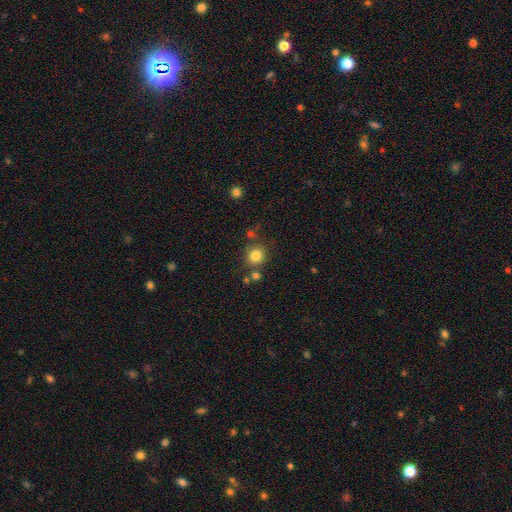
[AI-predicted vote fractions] This appears to be a smooth galaxy with no disk features (82%) that is round (88%). Merging: none (76%).